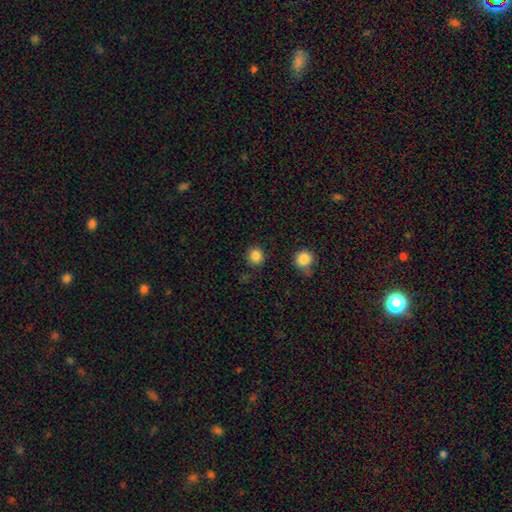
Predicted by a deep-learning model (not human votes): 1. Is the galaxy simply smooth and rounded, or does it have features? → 86% smooth, 11% star or artifact, 3% featured or disk.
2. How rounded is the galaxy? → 89% round, 10% in between, 1% cigar-shaped.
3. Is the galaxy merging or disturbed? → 85% none, 9% minor disturbance, 3% merger, 3% major disturbance.